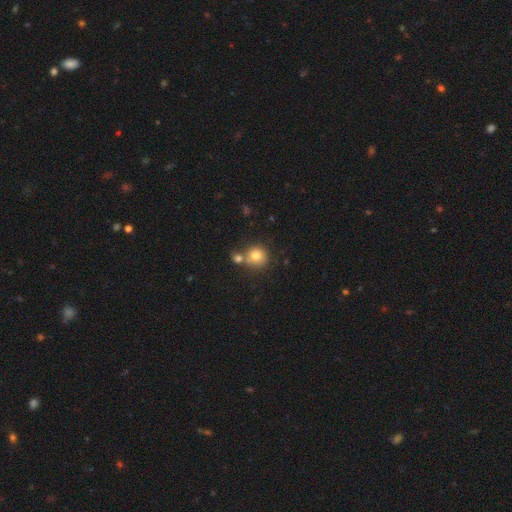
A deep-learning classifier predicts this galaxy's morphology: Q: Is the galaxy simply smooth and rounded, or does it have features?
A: smooth — 80%.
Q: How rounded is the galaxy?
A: round — 89%.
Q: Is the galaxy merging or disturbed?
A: none — 56%.